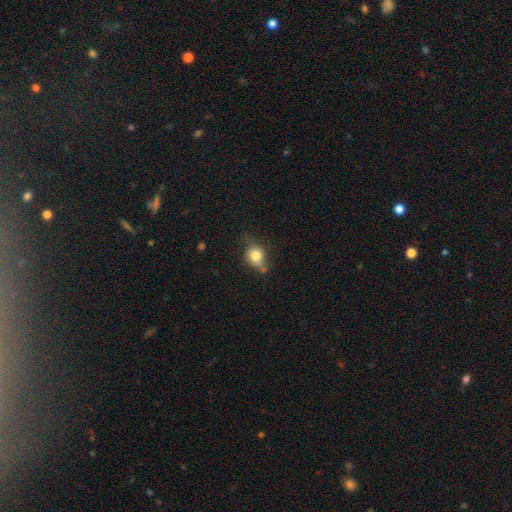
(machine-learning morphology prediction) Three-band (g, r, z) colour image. It shows a smooth galaxy with no disk features (77%) that is in between round and cigar-shaped (51%). Merging: none (52%).